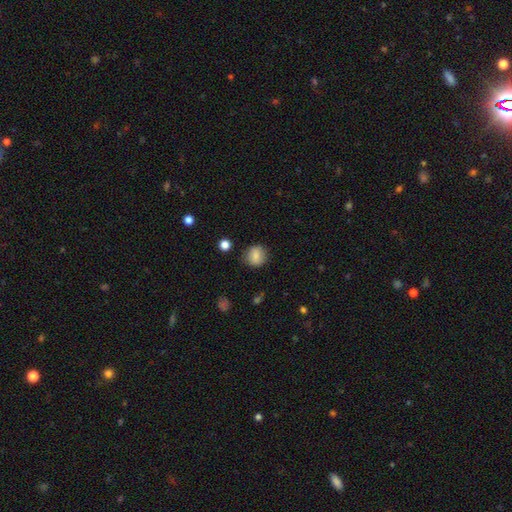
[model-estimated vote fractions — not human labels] smooth_or_featured: smooth (p=0.81) [alt: featured or disk p=0.10]
how_rounded: round (p=0.82) [alt: in between p=0.17]
merging: none (p=0.83) [alt: minor disturbance p=0.12]